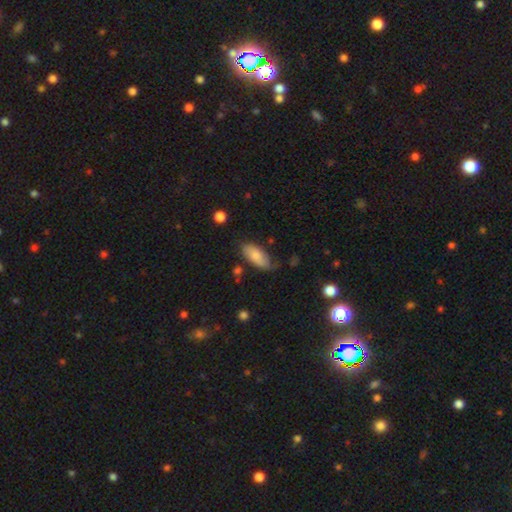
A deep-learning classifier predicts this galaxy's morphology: This is likely a smooth galaxy (74%). How rounded: clearly in between (87%). Merging: likely none (61%).